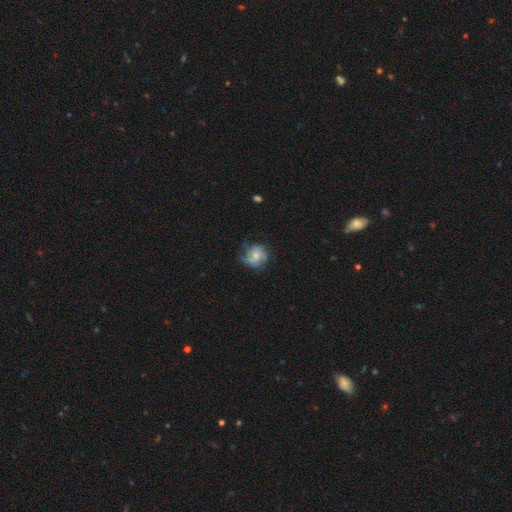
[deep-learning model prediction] Morphology: type=smooth (50%); merging=none (54%).